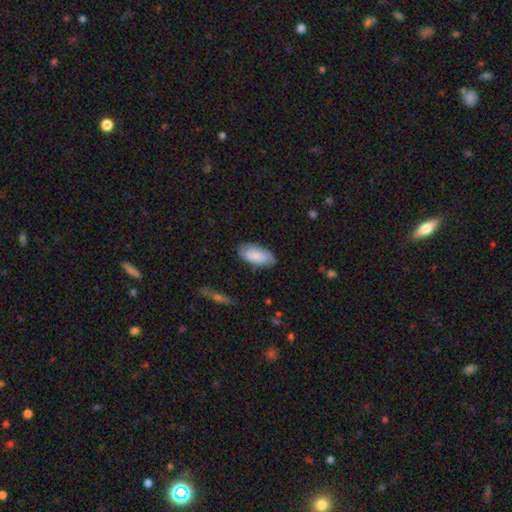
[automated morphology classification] smooth_or_featured: smooth (p=0.80) [alt: featured or disk p=0.14]
how_rounded: in between (p=0.92) [alt: cigar-shaped p=0.06]
merging: none (p=0.76) [alt: minor disturbance p=0.19]